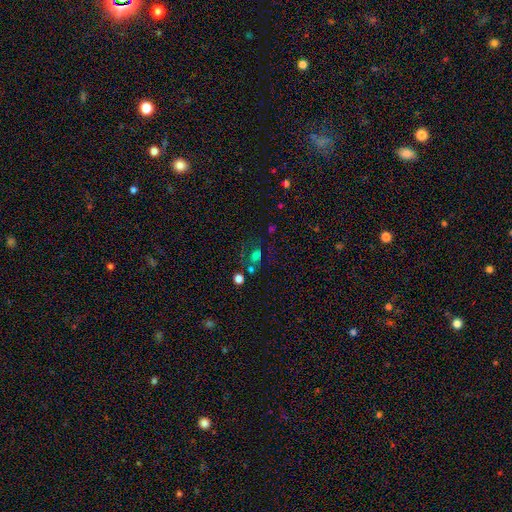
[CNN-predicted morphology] smooth 57%, star or artifact 27%, featured or disk 15%. Down the decision tree: how rounded — in between (60%); merging — none (51%).